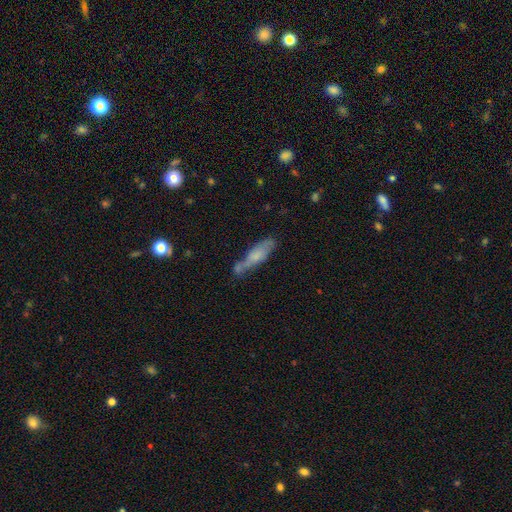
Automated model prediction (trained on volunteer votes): Smooth or featured?
  - smooth: 59% *
  - featured or disk: 33%
  - star or artifact: 8%
How rounded?
  - cigar-shaped: 68% *
  - in between: 30%
  - round: 2%
Merging?
  - none: 48% *
  - minor disturbance: 24%
  - merger: 18%
  - major disturbance: 9%